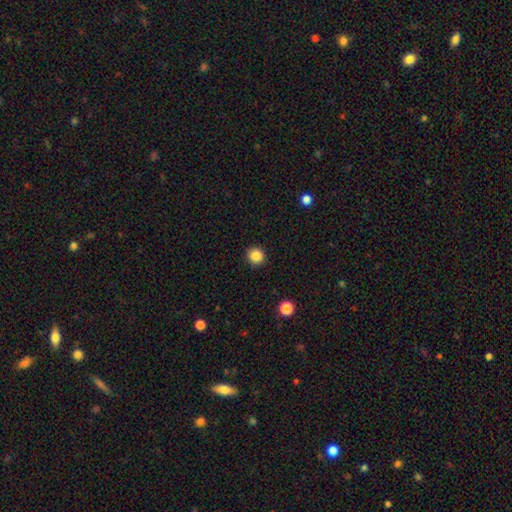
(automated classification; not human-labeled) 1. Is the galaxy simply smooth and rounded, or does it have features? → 86% smooth, 11% star or artifact, 3% featured or disk.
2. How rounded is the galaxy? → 93% round, 6% in between, 1% cigar-shaped.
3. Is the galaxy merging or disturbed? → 91% none, 6% minor disturbance, 2% major disturbance, 1% merger.